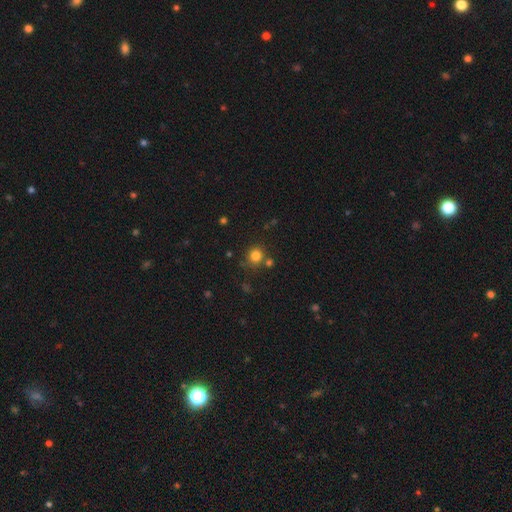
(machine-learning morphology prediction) This is clearly a smooth galaxy (81%). How rounded: clearly round (89%). Merging: likely none (75%).